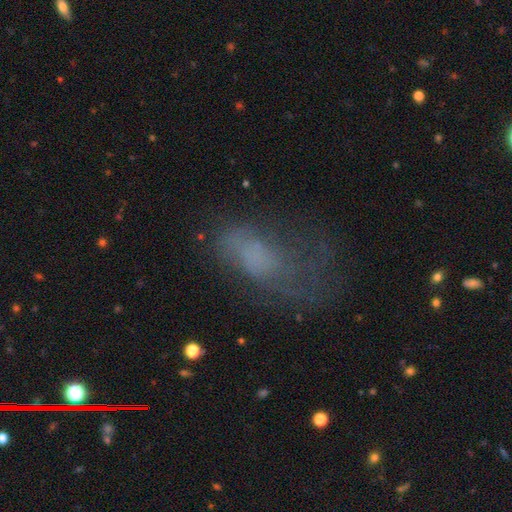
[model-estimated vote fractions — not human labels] smooth 49%, featured or disk 32%, star or artifact 19%. Down the decision tree: merging — major disturbance (39%).